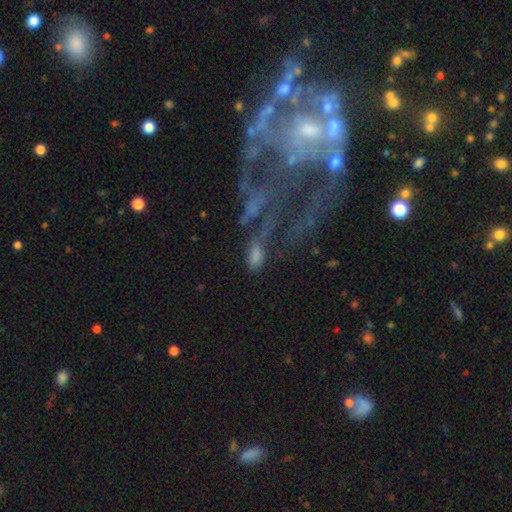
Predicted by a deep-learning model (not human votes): Smooth or featured? Predicted: smooth (p=0.56). How rounded? Predicted: in between (p=0.81). Merging? Predicted: none (p=0.47).